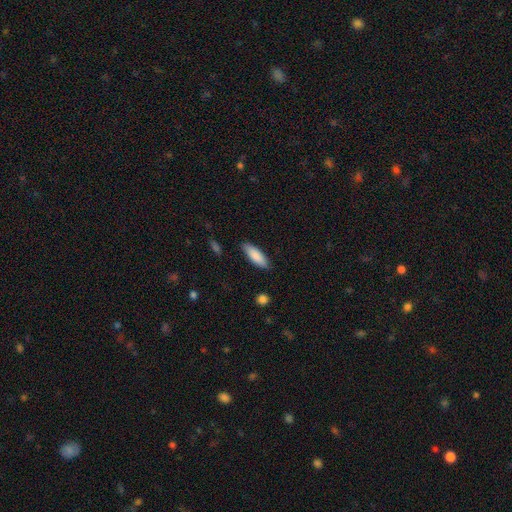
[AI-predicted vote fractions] This is clearly a smooth galaxy (88%). How rounded: possibly in between (59%). Merging: clearly none (86%).